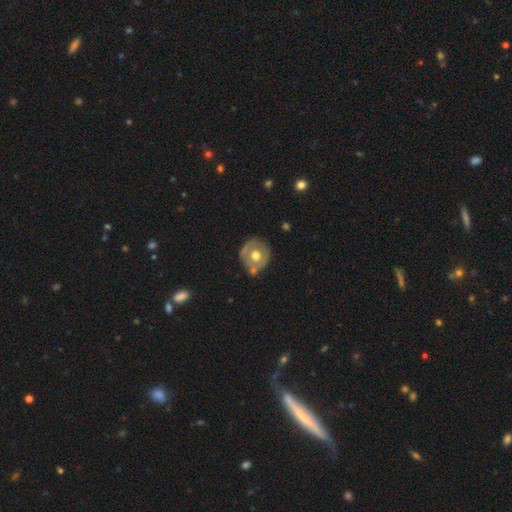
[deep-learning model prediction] smooth_or_featured: smooth (p=0.48) [alt: featured or disk p=0.46]
merging: none (p=0.68) [alt: minor disturbance p=0.17]